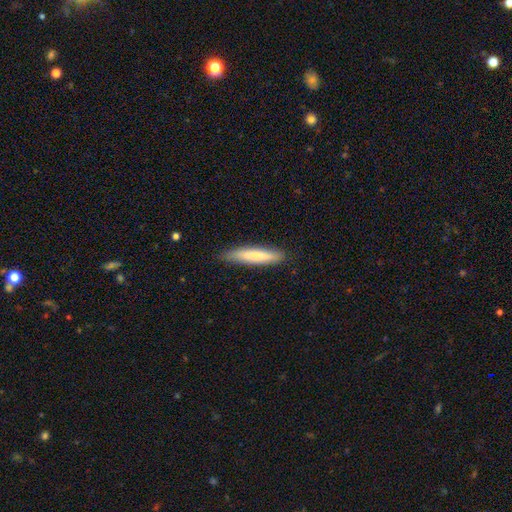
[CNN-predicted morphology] The model was most divided on "smooth or featured": smooth: 77%, featured or disk: 18%, star or artifact: 6%. More confident: how rounded — cigar-shaped (89%); merging — none (85%).